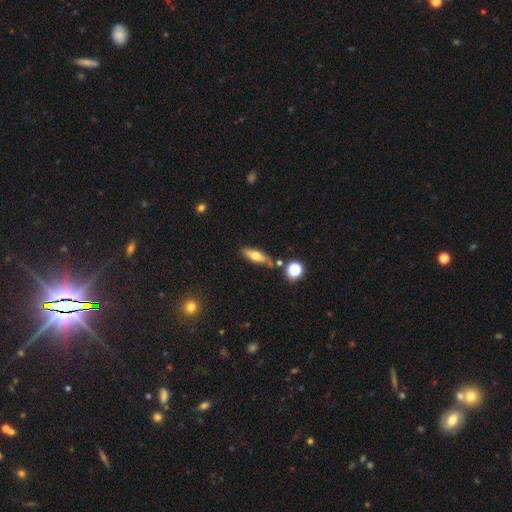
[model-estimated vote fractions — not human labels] smooth_or_featured: smooth (p=0.62) [alt: featured or disk p=0.29]
how_rounded: in between (p=0.54) [alt: cigar-shaped p=0.42]
merging: none (p=0.72) [alt: minor disturbance p=0.15]